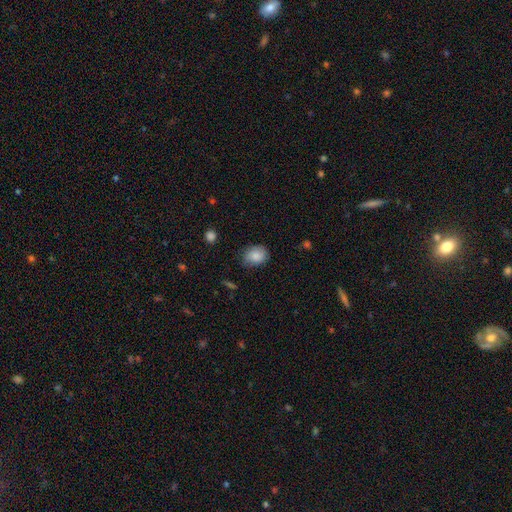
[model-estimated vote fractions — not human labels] Overall: smooth (87%). How rounded: in between (57%; round 42%). Merging: none (76%).